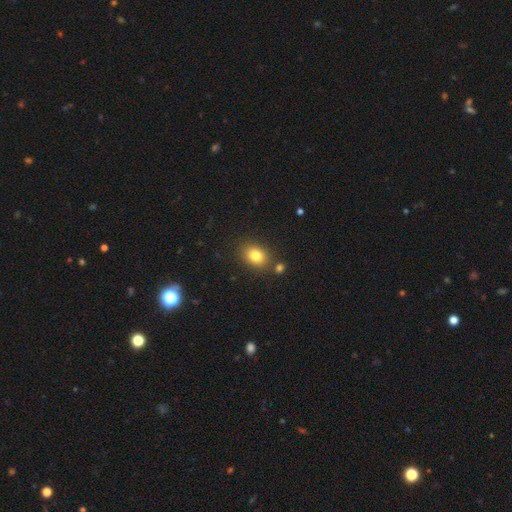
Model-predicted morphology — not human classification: Smooth or featured: smooth — 81% (star or artifact — 11%)
How rounded: in between — 58% (round — 41%)
Merging: none — 79% (minor disturbance — 10%)